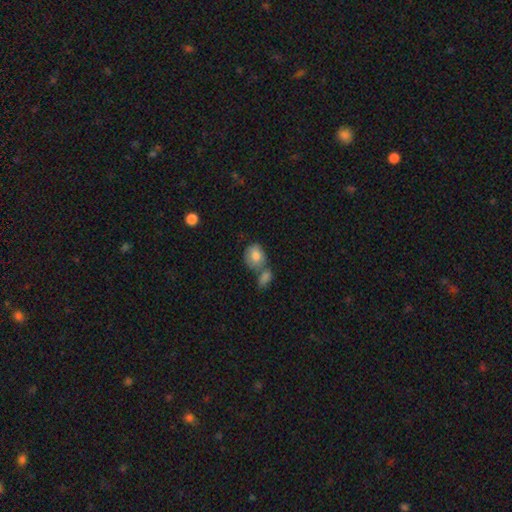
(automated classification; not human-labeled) Smooth or featured? smooth (79%)
How rounded? in between (54%)
Merging? merger (43%)